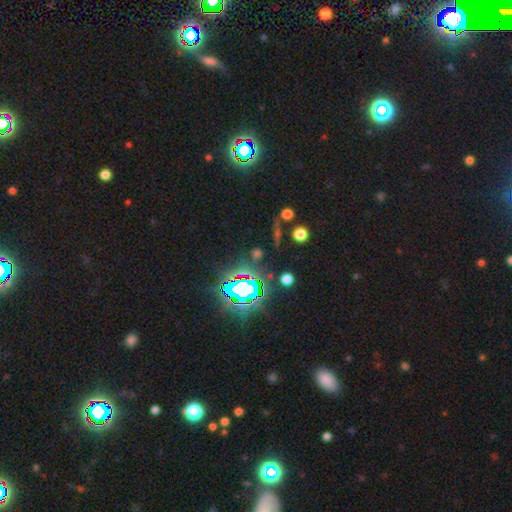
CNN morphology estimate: A star or artifact, not a galaxy (70%).